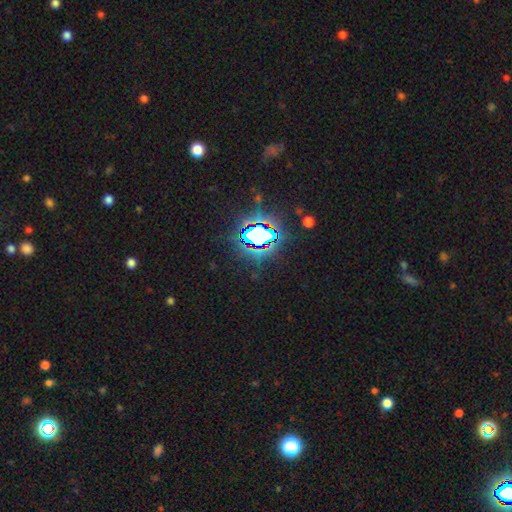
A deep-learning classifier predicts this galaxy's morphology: A star or artifact, not a galaxy (80%).

Vote fractions:
- Smooth or featured? star or artifact: 80% / smooth: 12% / featured or disk: 8%